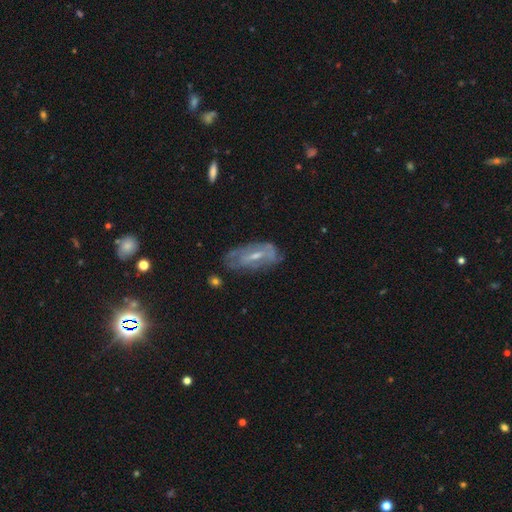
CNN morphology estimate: The model was most divided on "bulge size": small: 50%, moderate: 40%, none: 6%, large: 2%, dominant: 1%. Remaining: edge-on disk — no (86%); smooth or featured — featured or disk (66%); spiral arms — yes (62%); merging — none (59%); bar — weak (47%).